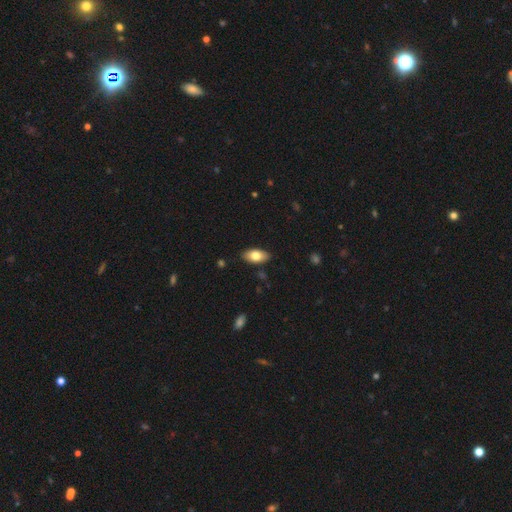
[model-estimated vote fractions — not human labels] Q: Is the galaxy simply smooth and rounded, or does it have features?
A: smooth — 77%.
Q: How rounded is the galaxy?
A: in between — 92%.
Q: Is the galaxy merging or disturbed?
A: none — 87%.